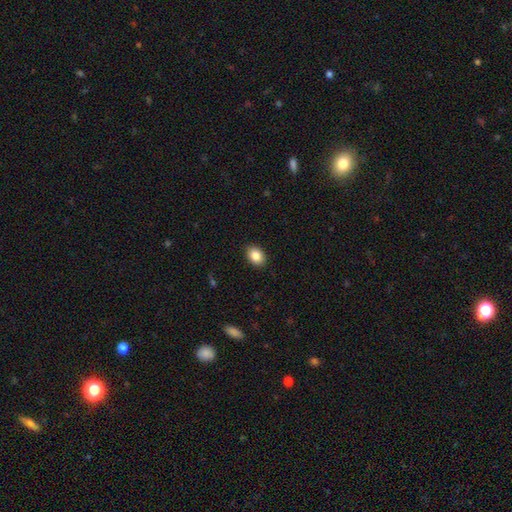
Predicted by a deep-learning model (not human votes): Smooth or featured: smooth — 86% (star or artifact — 8%)
How rounded: in between — 72% (round — 27%)
Merging: none — 89% (minor disturbance — 8%)